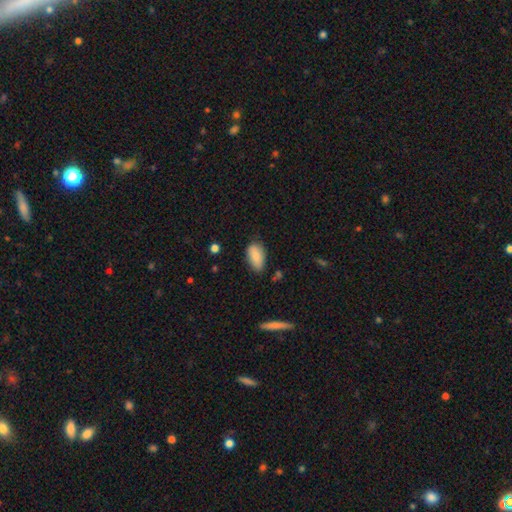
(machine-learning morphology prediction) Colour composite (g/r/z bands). It shows a smooth galaxy with no disk features (86%) that is in between round and cigar-shaped (91%). Merging: none (70%).